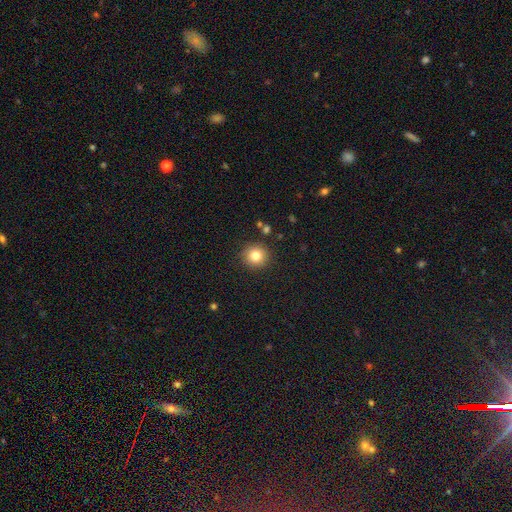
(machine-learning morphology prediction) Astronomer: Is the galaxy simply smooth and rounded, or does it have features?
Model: smooth — 81%.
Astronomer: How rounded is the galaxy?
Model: round — 93%.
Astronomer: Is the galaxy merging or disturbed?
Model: none — 89%.